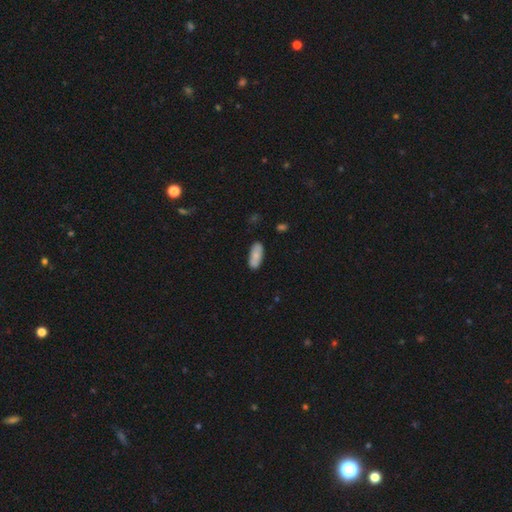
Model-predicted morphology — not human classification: smooth 82%, featured or disk 12%, star or artifact 6%. Down the decision tree: how rounded — in between (83%); merging — none (83%).